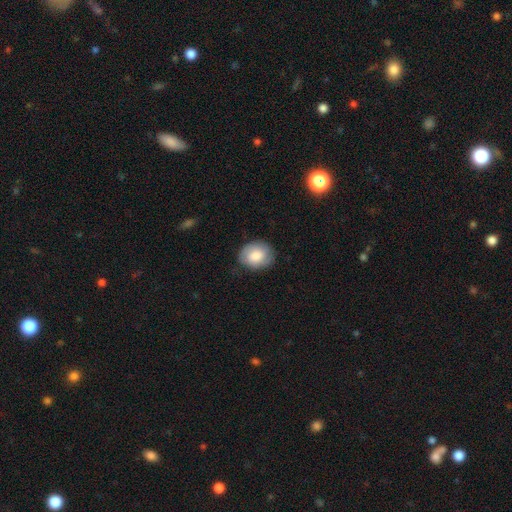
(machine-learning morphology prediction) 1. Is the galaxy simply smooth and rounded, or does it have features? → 72% smooth, 21% featured or disk, 7% star or artifact.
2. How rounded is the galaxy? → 54% round, 45% in between, 1% cigar-shaped.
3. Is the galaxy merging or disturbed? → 77% none, 17% minor disturbance, 4% major disturbance, 1% merger.